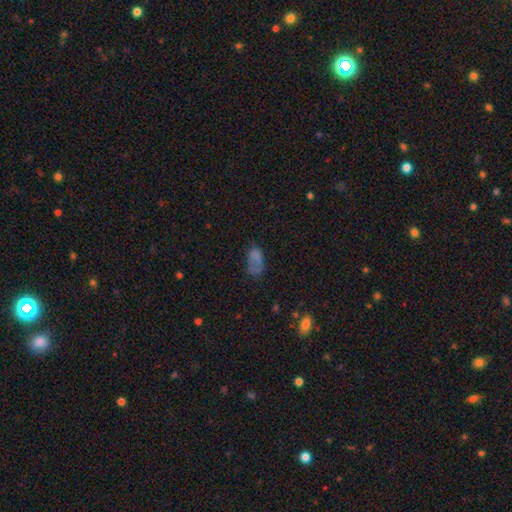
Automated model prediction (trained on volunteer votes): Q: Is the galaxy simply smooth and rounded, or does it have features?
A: smooth — 63%.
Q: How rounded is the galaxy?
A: in between — 89%.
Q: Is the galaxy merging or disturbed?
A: none — 41%.